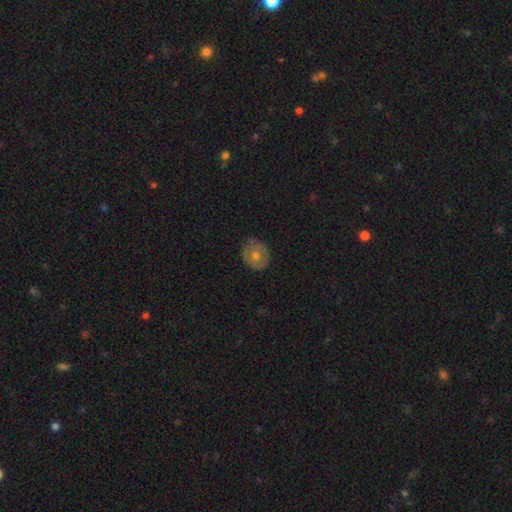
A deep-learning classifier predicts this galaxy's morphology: type=smooth (50%); merging=none (80%).